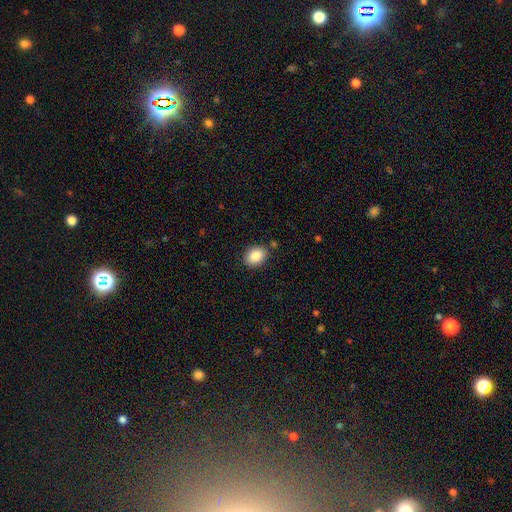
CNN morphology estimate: smooth 86%, star or artifact 8%, featured or disk 6%. Down the decision tree: how rounded — in between (65%); merging — none (85%).